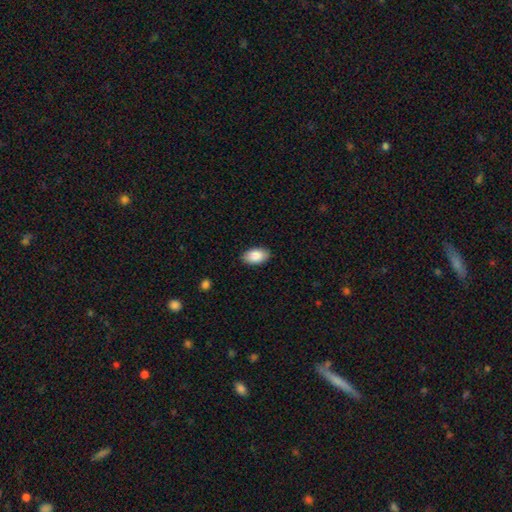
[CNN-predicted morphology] This is clearly a smooth galaxy (89%). How rounded: clearly in between (94%). Merging: clearly none (88%).